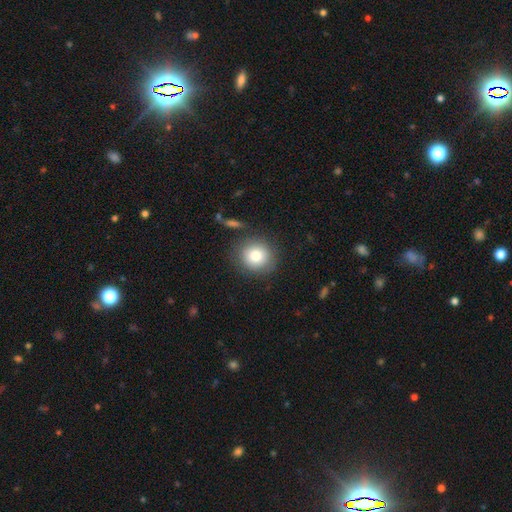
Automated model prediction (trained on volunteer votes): Smooth or featured? Predicted: smooth (p=0.79). How rounded? Predicted: round (p=0.89). Merging? Predicted: none (p=0.83).